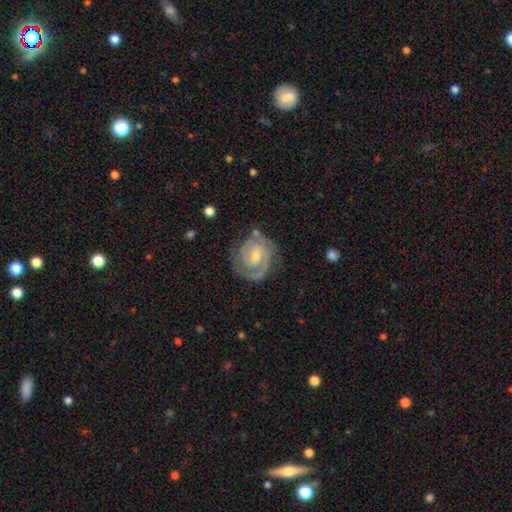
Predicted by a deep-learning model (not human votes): Smooth or featured? featured or disk (87%)
Edge-on disk? no (98%)
Bar? weak (50%)
Spiral arms? yes (97%)
Spiral winding? tight (61%)
Spiral arm count? 2 (72%)
Bulge size? moderate (50%)
Merging? none (76%)